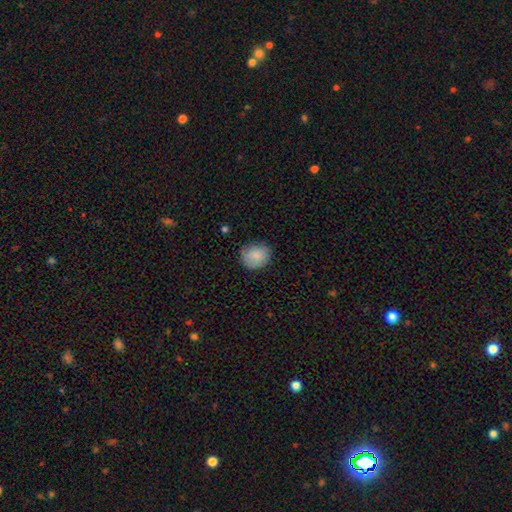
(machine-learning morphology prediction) The model was most divided on "how rounded": round: 69%, in between: 30%, cigar-shaped: 1%. More confident: smooth or featured — smooth (85%); merging — none (76%).